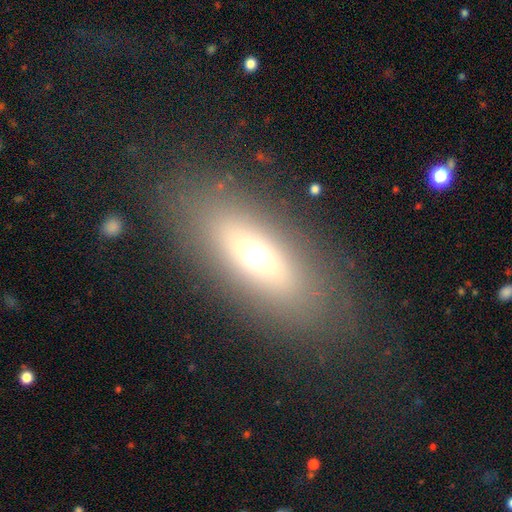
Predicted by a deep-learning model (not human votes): A smooth galaxy with no disk features (58%) that is in between round and cigar-shaped (69%).

Vote fractions:
- Smooth or featured? smooth: 58% / featured or disk: 30% / star or artifact: 12%
- How rounded? in between: 69% / cigar-shaped: 25% / round: 6%
- Merging? none: 82% / minor disturbance: 10% / major disturbance: 6% / merger: 1%